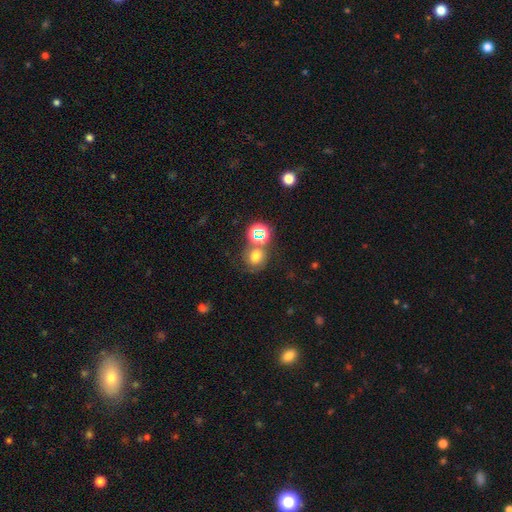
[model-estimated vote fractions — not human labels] Smooth or featured? smooth (65%)
How rounded? round (78%)
Merging? none (53%)